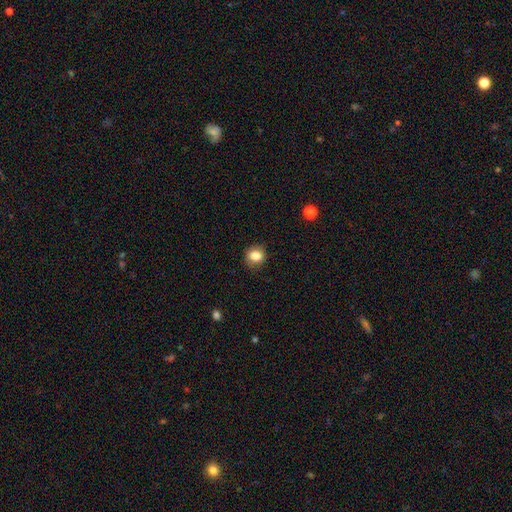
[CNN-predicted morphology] This is clearly a smooth galaxy (82%). How rounded: likely round (71%). Merging: clearly none (83%).